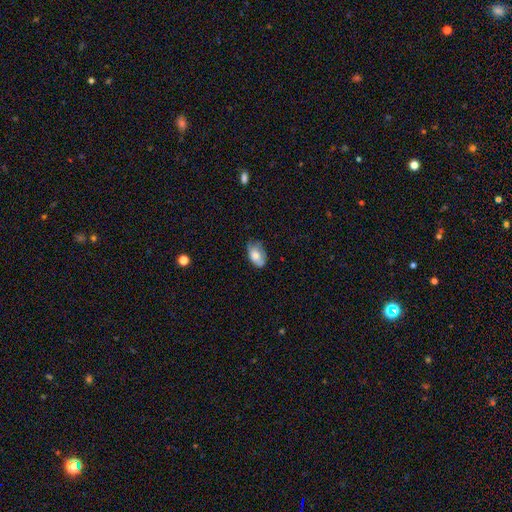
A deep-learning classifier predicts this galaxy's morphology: A smooth galaxy with no disk features (73%) that is in between round and cigar-shaped (90%). Merging: none (52%).